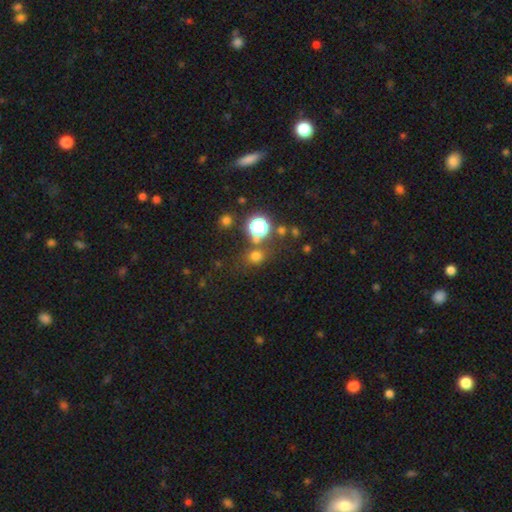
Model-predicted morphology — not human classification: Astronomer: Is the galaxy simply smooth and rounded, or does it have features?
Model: smooth — 67%.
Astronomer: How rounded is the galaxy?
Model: round — 79%.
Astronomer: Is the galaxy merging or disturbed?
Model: none — 73%.